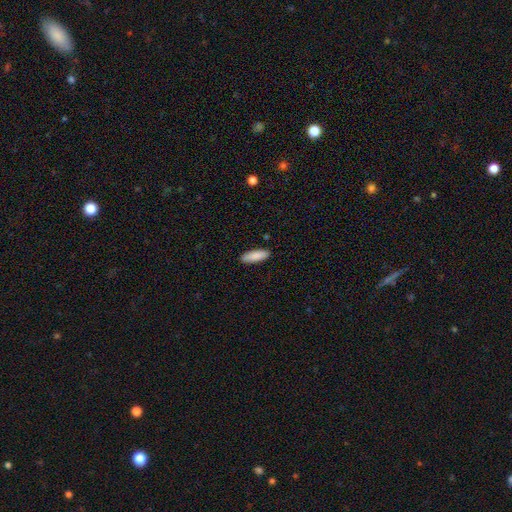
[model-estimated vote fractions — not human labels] smooth-or-featured: smooth: 89% | featured or disk: 6% | star or artifact: 6%
  how-rounded: in between: 58% | cigar-shaped: 41% | round: 2%
  merging: none: 89% | minor disturbance: 8% | major disturbance: 2% | merger: 1%